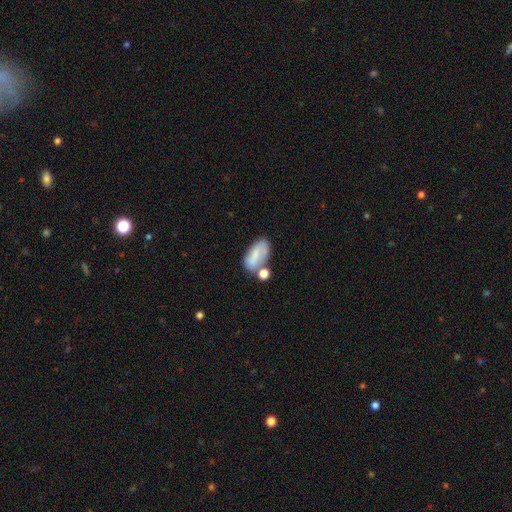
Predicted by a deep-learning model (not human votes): smooth_or_featured: smooth (p=0.66) [alt: featured or disk p=0.25]
how_rounded: in between (p=0.89) [alt: cigar-shaped p=0.06]
merging: none (p=0.43) [alt: merger p=0.28]